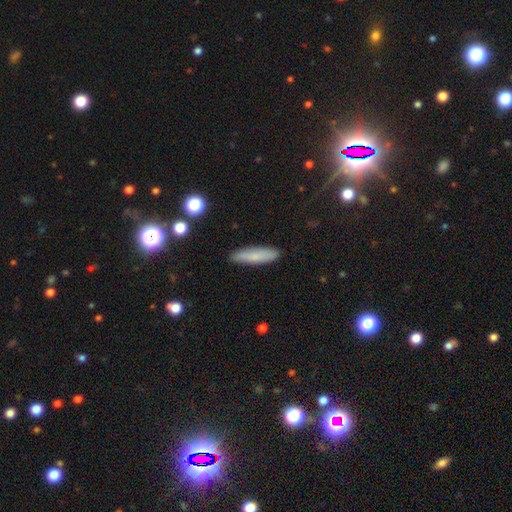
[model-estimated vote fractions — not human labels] This appears to be a smooth galaxy with no disk features (79%) that is cigar-shaped (77%). Merging: none (88%).